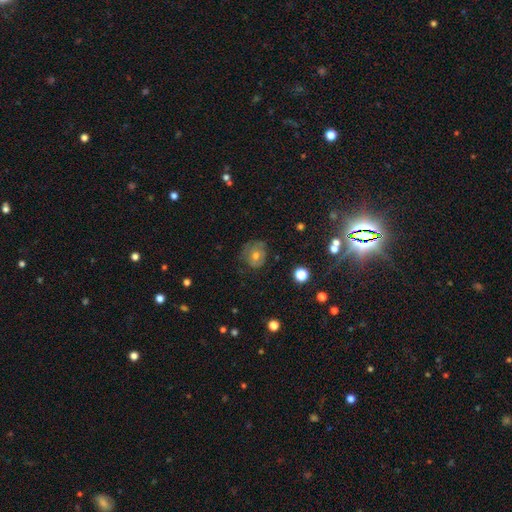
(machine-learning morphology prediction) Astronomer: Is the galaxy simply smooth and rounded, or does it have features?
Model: smooth — 41%, tied with featured or disk at 41%.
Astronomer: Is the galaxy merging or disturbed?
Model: none — 69%.